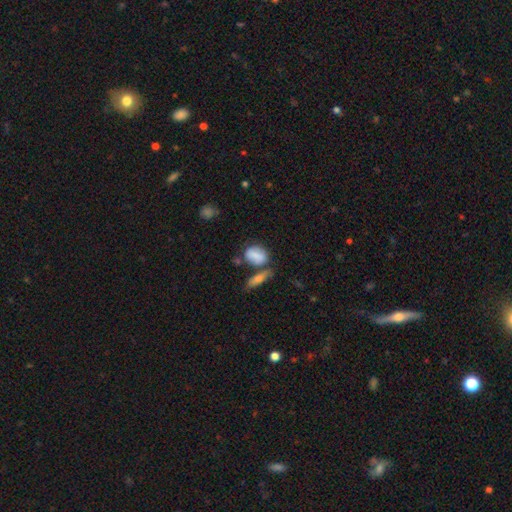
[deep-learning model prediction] The model was most divided on "merging": none: 45%, merger: 29%, minor disturbance: 18%, major disturbance: 8%. More confident: how rounded — in between (77%); smooth or featured — smooth (77%).